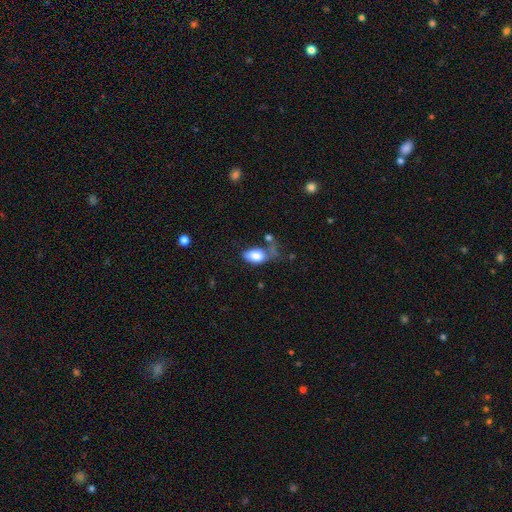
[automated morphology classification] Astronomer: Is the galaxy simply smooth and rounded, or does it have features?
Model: smooth — 79%.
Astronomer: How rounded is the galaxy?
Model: in between — 89%.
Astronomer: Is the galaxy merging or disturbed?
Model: none — 31% (runner-up: minor disturbance, 28%).